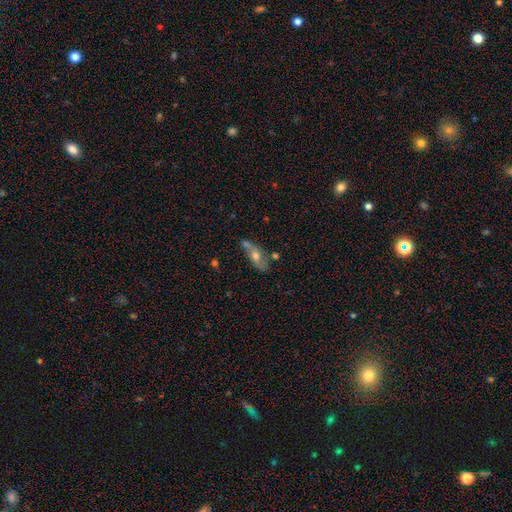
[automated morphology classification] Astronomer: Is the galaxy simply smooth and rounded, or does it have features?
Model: smooth — 46% (runner-up: featured or disk, 45%).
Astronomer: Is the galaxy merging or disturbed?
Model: none — 48%.